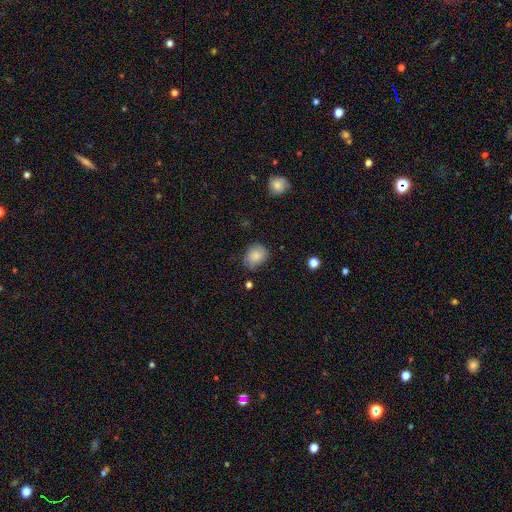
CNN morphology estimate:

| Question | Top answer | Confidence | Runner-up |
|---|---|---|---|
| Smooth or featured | smooth | 83% | star or artifact (9%) |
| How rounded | round | 53% | in between (46%) |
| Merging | none | 74% | minor disturbance (20%) |